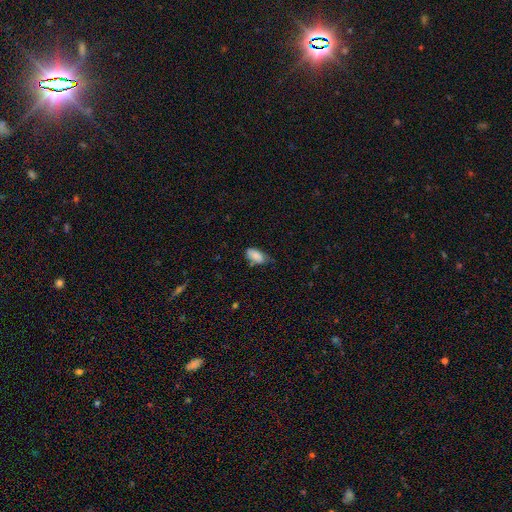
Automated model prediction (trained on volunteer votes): Smooth or featured: smooth — 85% (star or artifact — 7%)
How rounded: in between — 92% (cigar-shaped — 5%)
Merging: none — 54% (minor disturbance — 36%)